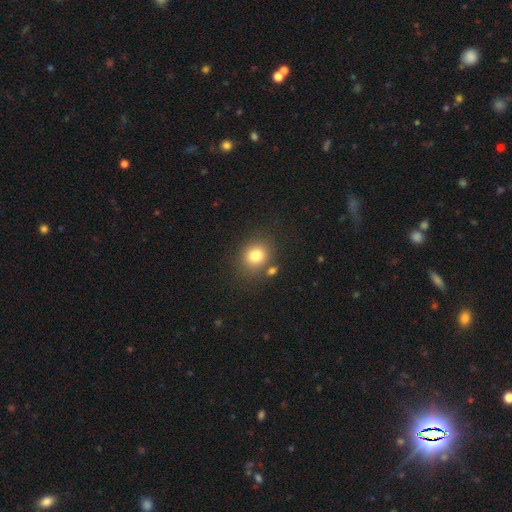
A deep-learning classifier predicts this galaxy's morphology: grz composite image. It shows a smooth galaxy with no disk features (79%) that is round (67%). Merging: none (75%).